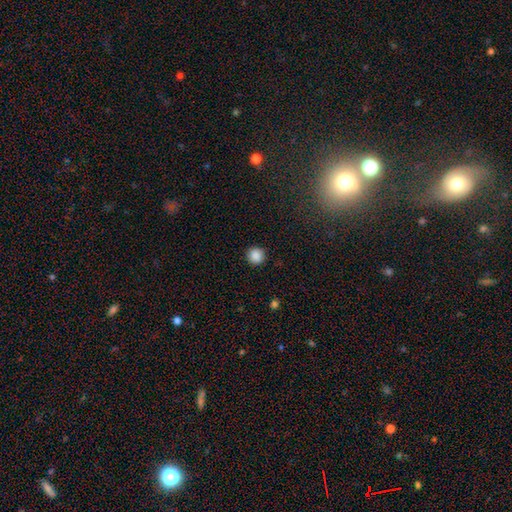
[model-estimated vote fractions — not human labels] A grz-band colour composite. It shows a smooth galaxy with no disk features (88%) that is round (95%). Merging: none (92%).